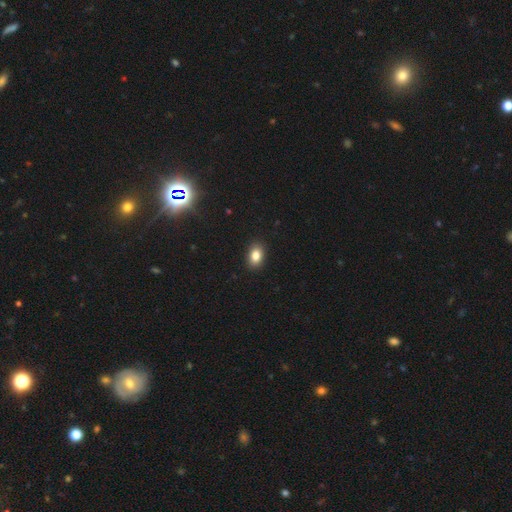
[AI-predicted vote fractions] smooth_or_featured: smooth (p=0.84) [alt: star or artifact p=0.09]
how_rounded: in between (p=0.81) [alt: round p=0.18]
merging: none (p=0.90) [alt: minor disturbance p=0.07]